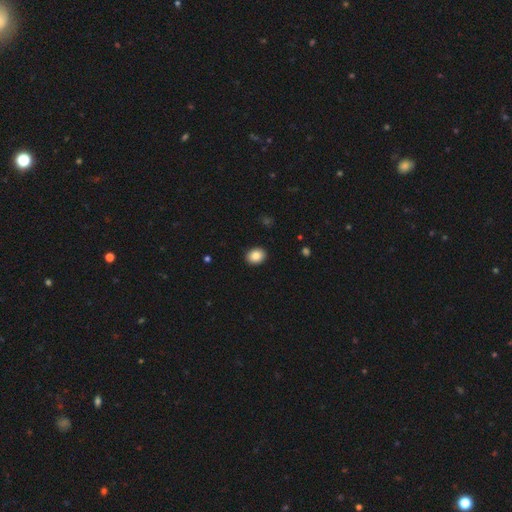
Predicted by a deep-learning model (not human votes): A smooth galaxy with no disk features (86%) that is round (51%). Merging: none (92%).